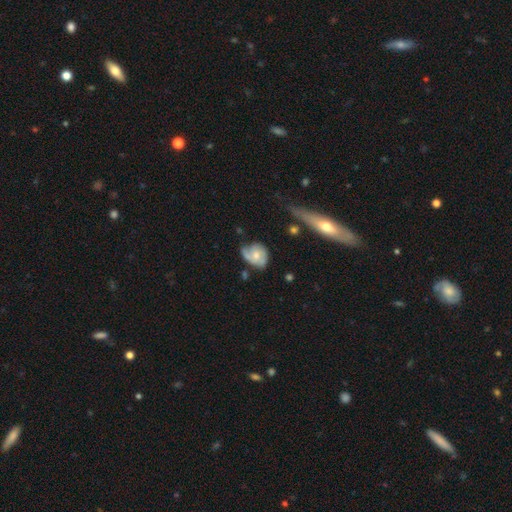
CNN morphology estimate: This appears to be a featured or disk galaxy (50%). Merging: none (44%).